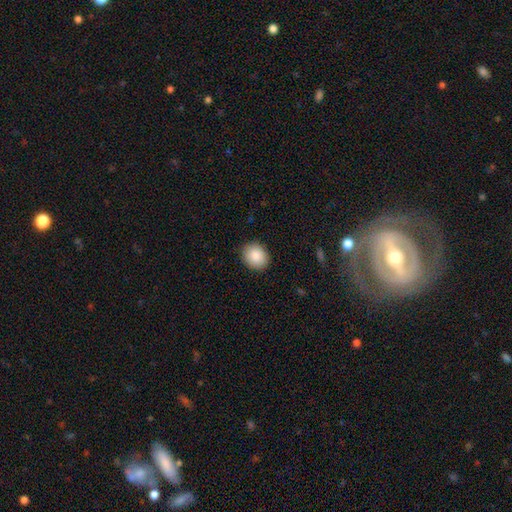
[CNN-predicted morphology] Smooth or featured? smooth (88%)
How rounded? round (61%)
Merging? none (89%)